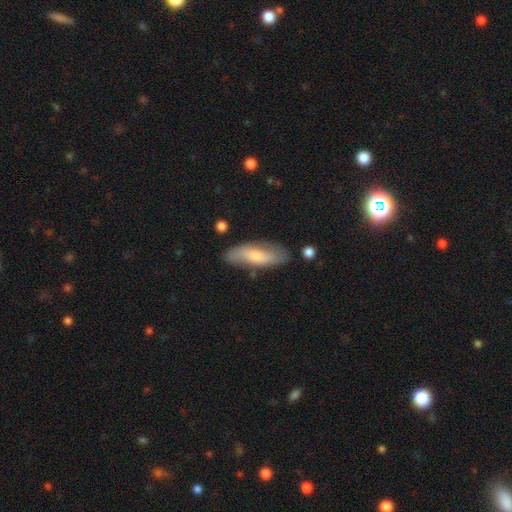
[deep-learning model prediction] Morphology: type=smooth (58%); roundness=in between (52%); merging=none (76%).